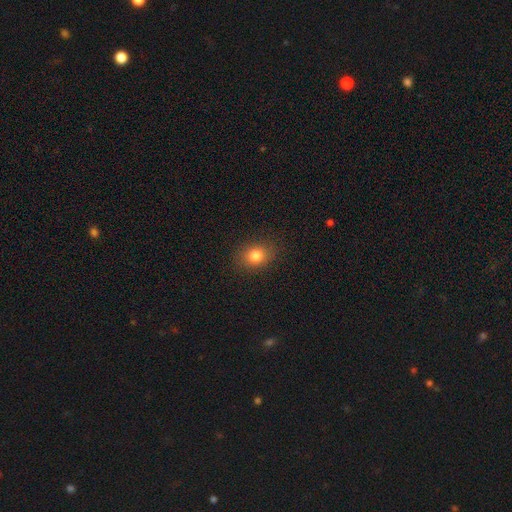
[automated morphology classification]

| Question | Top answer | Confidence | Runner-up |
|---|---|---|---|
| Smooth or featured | smooth | 81% | star or artifact (12%) |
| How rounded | in between | 52% | round (47%) |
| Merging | none | 87% | minor disturbance (10%) |